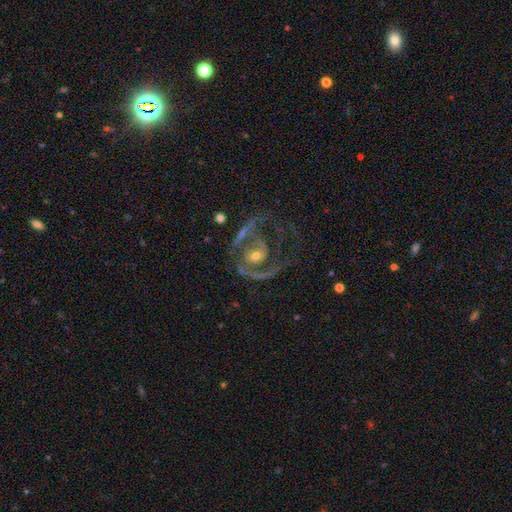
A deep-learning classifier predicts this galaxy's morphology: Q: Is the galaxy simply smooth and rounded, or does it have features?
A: featured or disk — 87%.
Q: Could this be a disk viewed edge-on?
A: no — 97%.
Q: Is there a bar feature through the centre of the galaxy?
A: no — 58%.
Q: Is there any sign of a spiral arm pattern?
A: yes — 93%.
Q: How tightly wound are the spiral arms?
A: medium — 49%.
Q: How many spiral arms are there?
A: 2 — 58%.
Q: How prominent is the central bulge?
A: moderate — 50%.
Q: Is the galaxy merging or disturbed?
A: none — 47%.